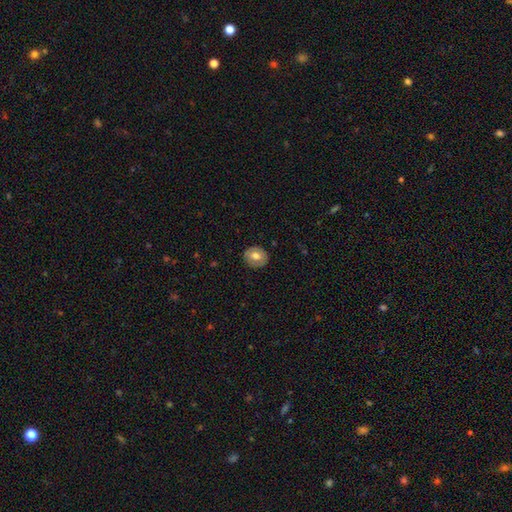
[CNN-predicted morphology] smooth 64%, featured or disk 29%, star or artifact 7%. Down the decision tree: how rounded — round (79%); merging — none (87%).